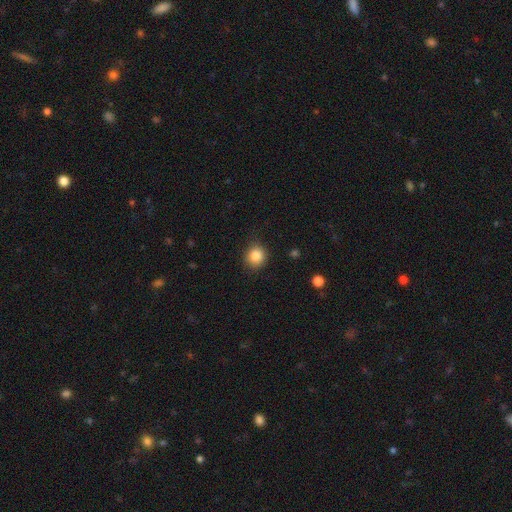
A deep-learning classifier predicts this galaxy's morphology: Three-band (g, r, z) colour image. It shows a smooth galaxy with no disk features (85%) that is round (87%). Merging: none (86%).